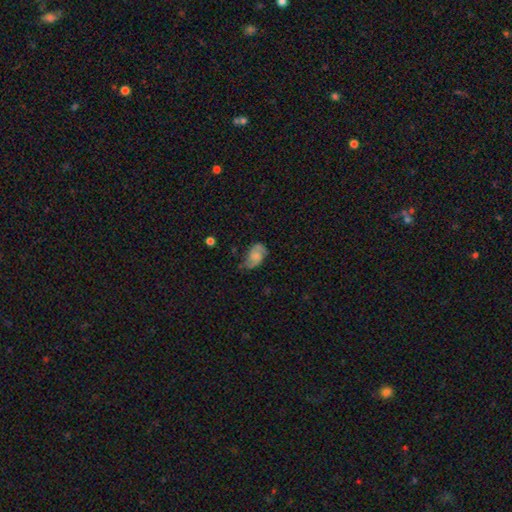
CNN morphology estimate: The model was most divided on "bulge size": small: 30%, none: 29%, moderate: 28%, large: 10%, dominant: 2%. More confident: edge-on disk — no (96%); spiral arms — yes (88%); bar — no (62%); merging — none (58%); smooth or featured — featured or disk (57%).